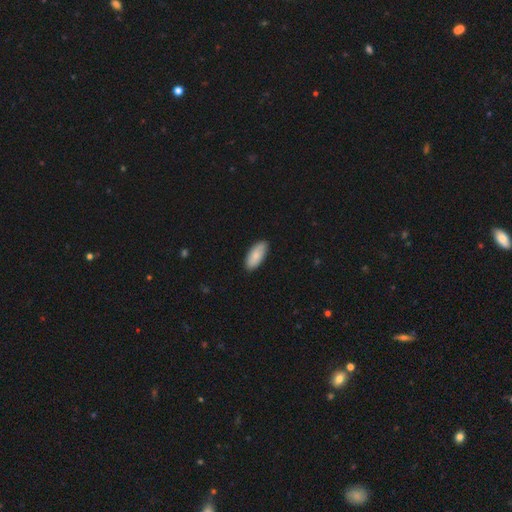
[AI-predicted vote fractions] smooth_or_featured: smooth (p=0.81) [alt: featured or disk p=0.14]
how_rounded: in between (p=0.86) [alt: cigar-shaped p=0.12]
merging: none (p=0.87) [alt: minor disturbance p=0.10]